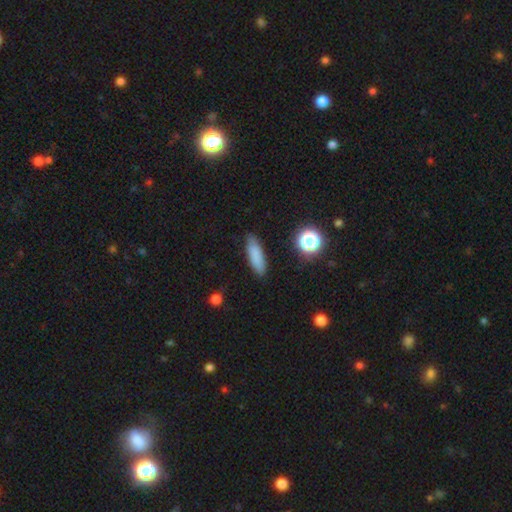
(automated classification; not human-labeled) smooth_or_featured: smooth (p=0.82) [alt: star or artifact p=0.09]
how_rounded: cigar-shaped (p=0.53) [alt: in between p=0.44]
merging: none (p=0.84) [alt: minor disturbance p=0.11]